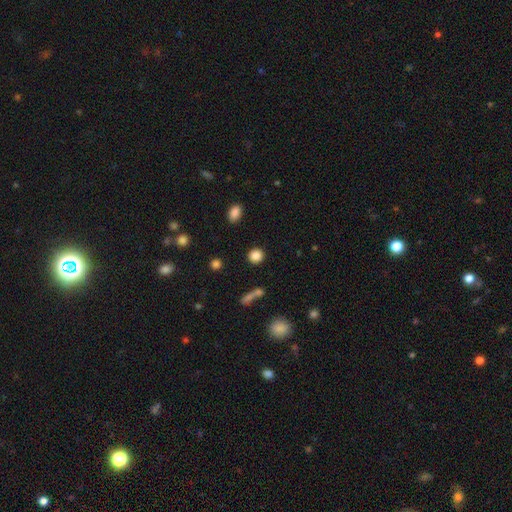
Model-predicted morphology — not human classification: A smooth galaxy with no disk features (85%) that is round (87%).

Vote fractions:
- Smooth or featured? smooth: 85% / star or artifact: 10% / featured or disk: 4%
- How rounded? round: 87% / in between: 12% / cigar-shaped: 2%
- Merging? none: 88% / minor disturbance: 6% / merger: 3% / major disturbance: 3%